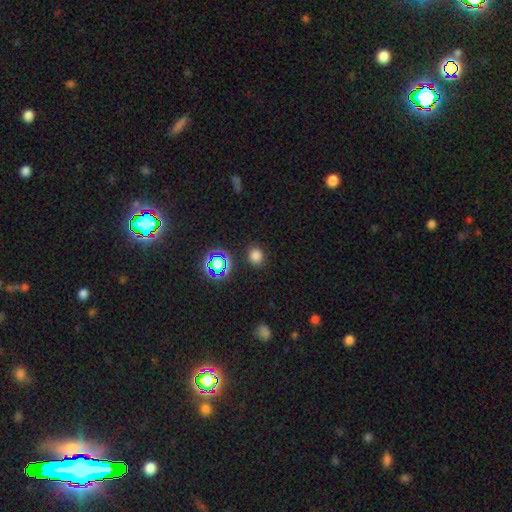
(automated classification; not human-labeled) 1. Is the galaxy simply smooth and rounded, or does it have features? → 75% smooth, 20% star or artifact, 5% featured or disk.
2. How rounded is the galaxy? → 72% round, 27% in between, 1% cigar-shaped.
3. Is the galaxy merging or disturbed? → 87% none, 8% minor disturbance, 3% major disturbance, 2% merger.